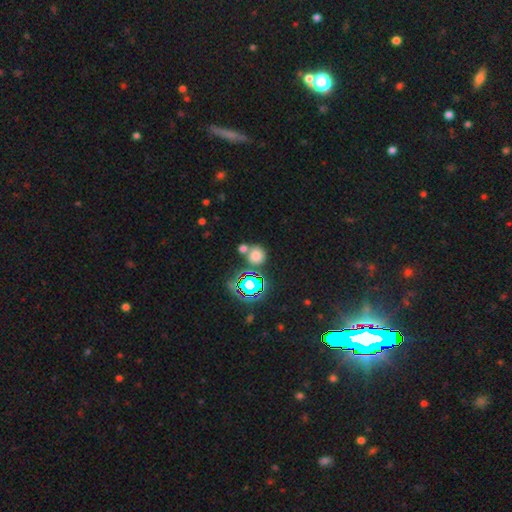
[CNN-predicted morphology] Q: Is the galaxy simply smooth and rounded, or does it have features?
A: smooth — 67%.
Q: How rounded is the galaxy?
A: round — 85%.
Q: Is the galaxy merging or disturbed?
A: none — 55%.